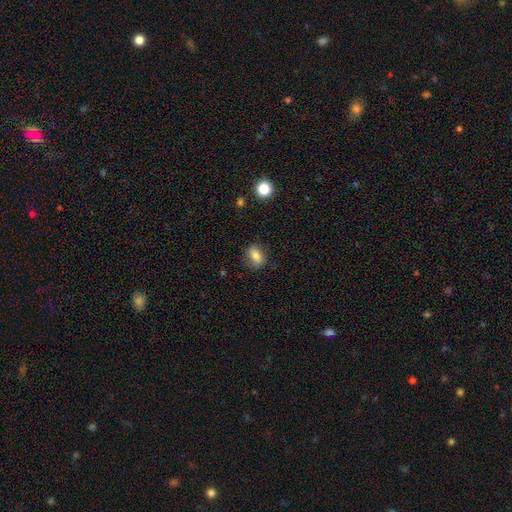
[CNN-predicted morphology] Smooth or featured? Predicted: smooth (p=0.79). How rounded? Predicted: in between (p=0.74). Merging? Predicted: none (p=0.78).